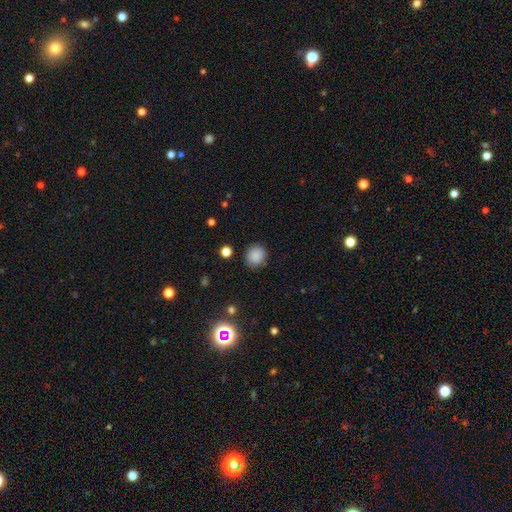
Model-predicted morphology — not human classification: Overall: smooth (86%). How rounded: round (84%). Merging: none (84%).